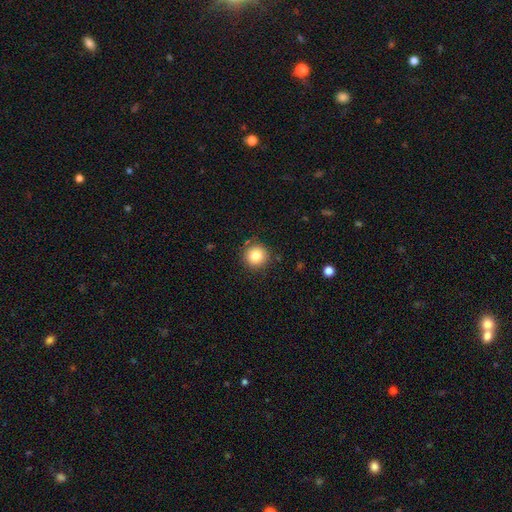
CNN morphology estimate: This appears to be a smooth galaxy with no disk features (82%) that is round (94%). Merging: none (87%).